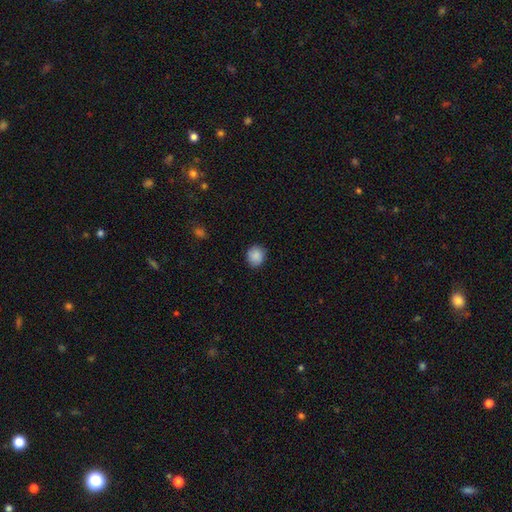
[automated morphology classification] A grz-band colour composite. It shows a smooth galaxy with no disk features (89%) that is round (81%). Merging: none (88%).